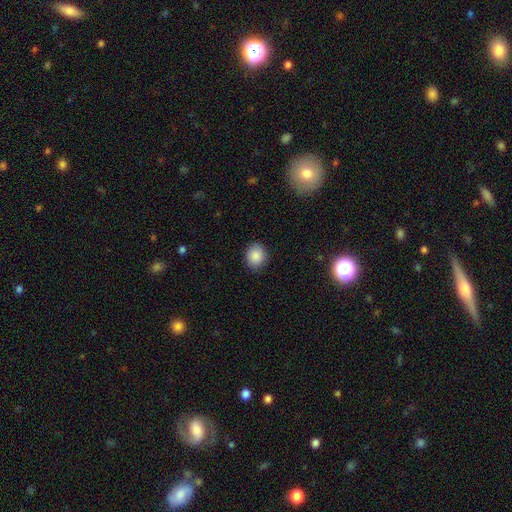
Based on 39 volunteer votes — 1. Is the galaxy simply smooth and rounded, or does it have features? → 92% smooth, 5% star or artifact, 3% featured or disk.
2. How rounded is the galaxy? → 81% round, 19% in between, 0% cigar-shaped.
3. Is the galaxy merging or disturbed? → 89% none, 5% minor disturbance, 3% major disturbance, 3% merger.